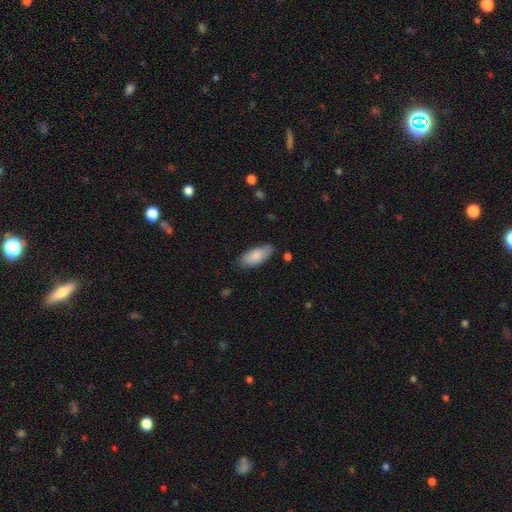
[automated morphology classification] This is clearly a smooth galaxy (86%). How rounded: clearly in between (85%). Merging: likely none (79%).